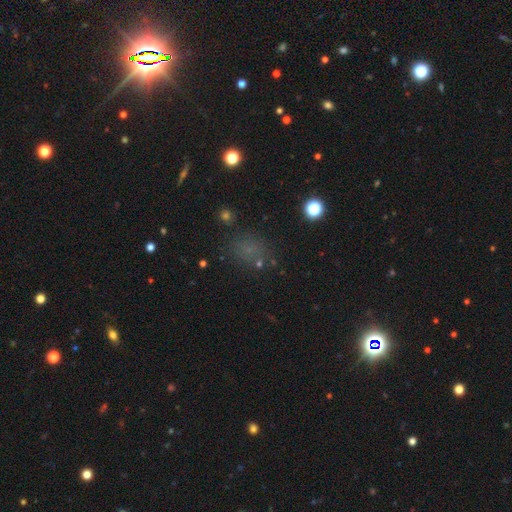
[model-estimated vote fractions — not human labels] A smooth galaxy with no disk features (58%) that is round (56%). Merging: none (73%).